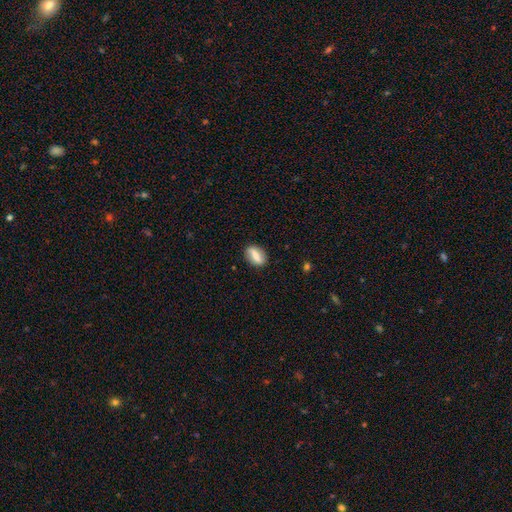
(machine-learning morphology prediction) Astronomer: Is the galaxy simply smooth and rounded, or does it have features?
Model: smooth — 63%.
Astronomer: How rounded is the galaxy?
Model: in between — 73%.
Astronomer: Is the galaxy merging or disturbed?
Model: none — 86%.